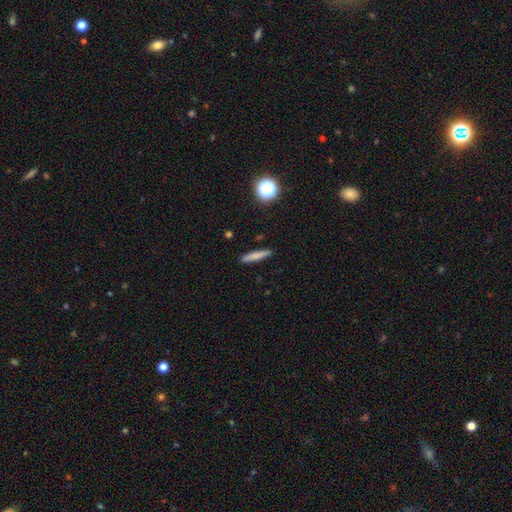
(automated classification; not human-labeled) Q: Smooth or featured?
A: smooth (76%); runner-up: featured or disk (15%)
Q: How rounded?
A: cigar-shaped (90%); runner-up: in between (8%)
Q: Merging?
A: none (89%); runner-up: minor disturbance (7%)